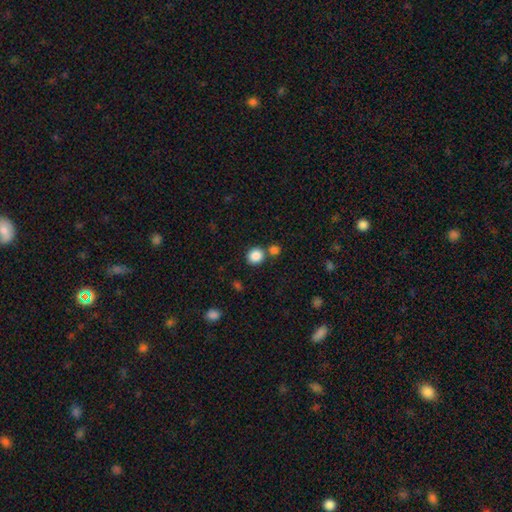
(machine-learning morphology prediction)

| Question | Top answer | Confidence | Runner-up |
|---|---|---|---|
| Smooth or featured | smooth | 87% | star or artifact (10%) |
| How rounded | round | 85% | in between (14%) |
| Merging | none | 69% | merger (20%) |